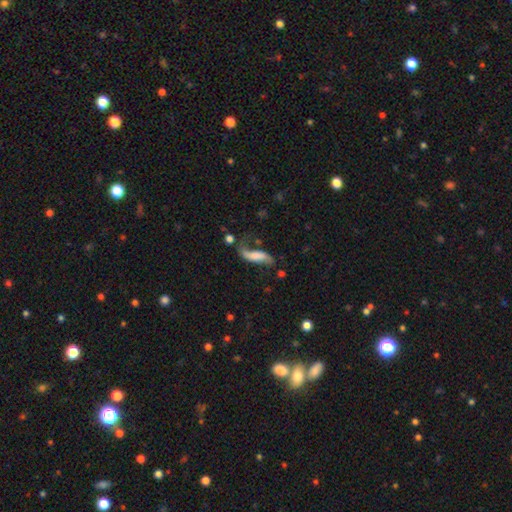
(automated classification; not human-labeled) A featured or disk galaxy (60%).

Vote fractions:
- Smooth or featured? featured or disk: 60% / smooth: 32% / star or artifact: 8%
- Edge-on disk? no: 83% / yes: 17%
- Merging? none: 46% / major disturbance: 23% / minor disturbance: 22% / merger: 9%